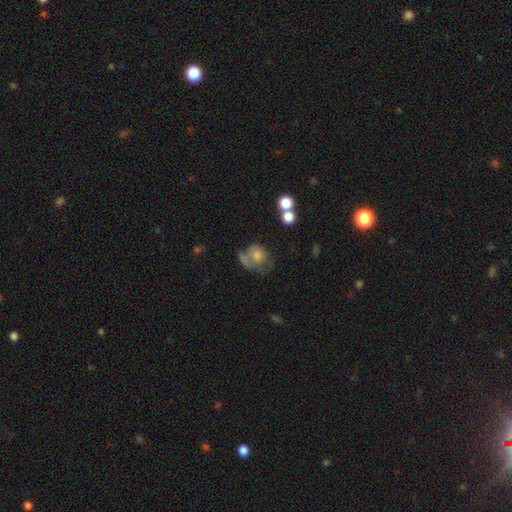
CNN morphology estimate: Q: Smooth or featured?
A: smooth (59%); runner-up: featured or disk (32%)
Q: How rounded?
A: round (66%); runner-up: in between (33%)
Q: Merging?
A: none (32%); runner-up: major disturbance (29%)